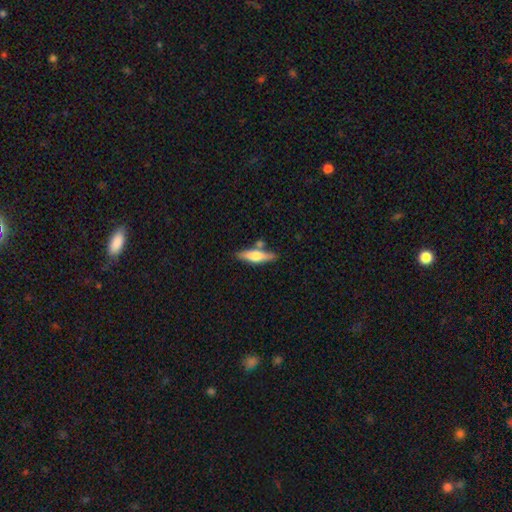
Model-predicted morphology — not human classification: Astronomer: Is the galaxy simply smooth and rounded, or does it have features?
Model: smooth — 54% (runner-up: featured or disk, 40%).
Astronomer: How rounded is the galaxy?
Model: cigar-shaped — 69%.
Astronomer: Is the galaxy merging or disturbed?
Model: none — 72%.